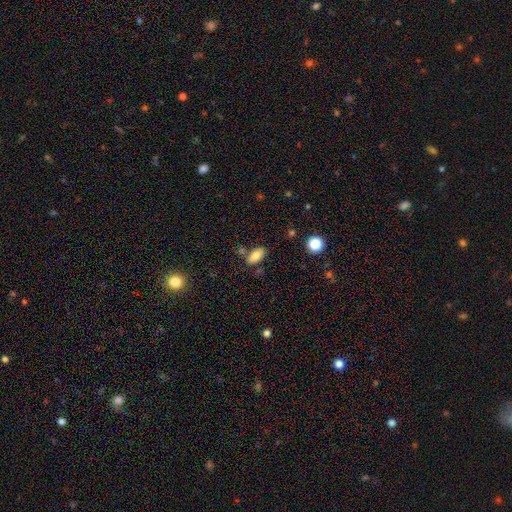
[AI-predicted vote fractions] smooth_or_featured: smooth (p=0.84) [alt: star or artifact p=0.09]
how_rounded: in between (p=0.90) [alt: cigar-shaped p=0.06]
merging: none (p=0.74) [alt: minor disturbance p=0.14]